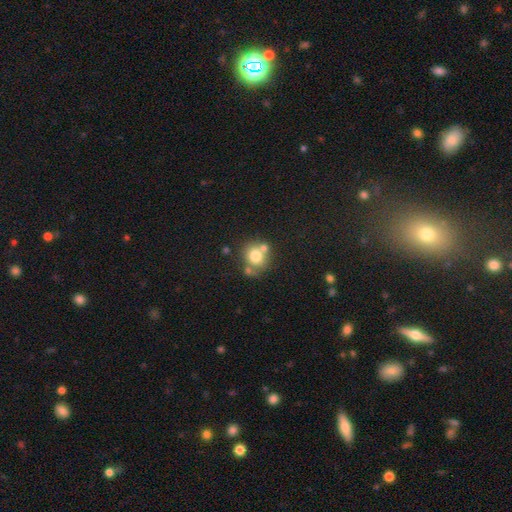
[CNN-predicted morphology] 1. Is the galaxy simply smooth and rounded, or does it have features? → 73% smooth, 16% featured or disk, 11% star or artifact.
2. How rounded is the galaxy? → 80% round, 19% in between, 1% cigar-shaped.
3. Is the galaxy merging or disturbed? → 55% none, 28% merger, 12% minor disturbance, 5% major disturbance.